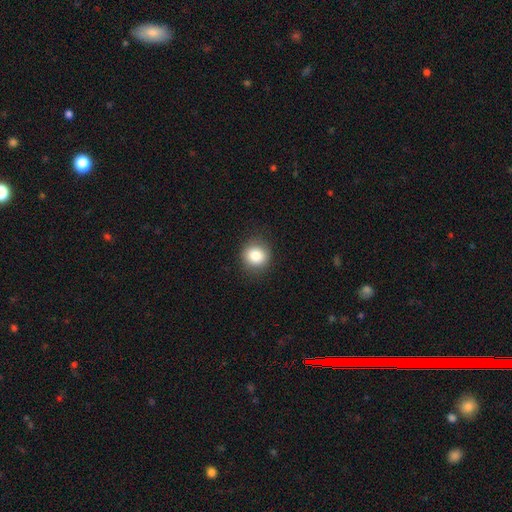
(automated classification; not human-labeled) smooth 83%, star or artifact 10%, featured or disk 7%. Down the decision tree: how rounded — round (89%); merging — none (88%).